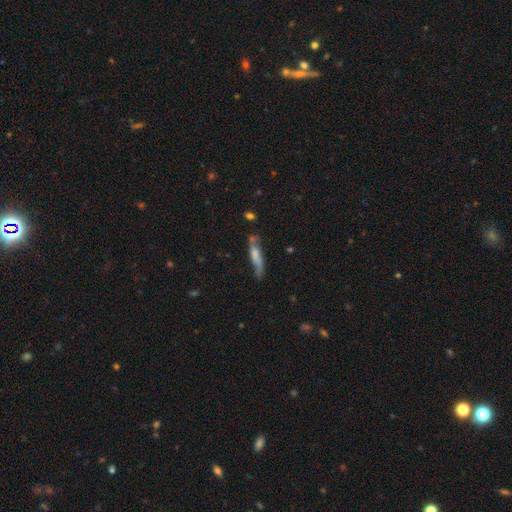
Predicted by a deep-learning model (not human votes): The model was most divided on "merging": none: 47%, minor disturbance: 30%, major disturbance: 13%, merger: 9%. More confident: how rounded — cigar-shaped (77%); smooth or featured — smooth (57%).